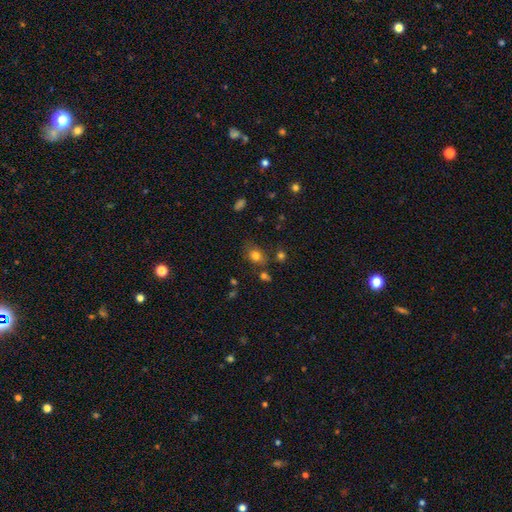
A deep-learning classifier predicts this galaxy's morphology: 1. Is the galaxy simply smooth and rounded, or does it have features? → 78% smooth, 13% star or artifact, 9% featured or disk.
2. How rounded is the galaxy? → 54% in between, 44% round, 1% cigar-shaped.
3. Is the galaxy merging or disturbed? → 68% none, 19% minor disturbance, 7% merger, 6% major disturbance.